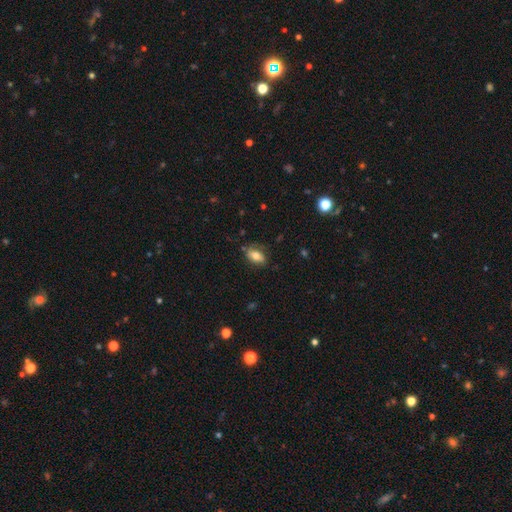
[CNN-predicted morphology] A smooth galaxy with no disk features (71%) that is in between round and cigar-shaped (87%). Merging: none (70%).